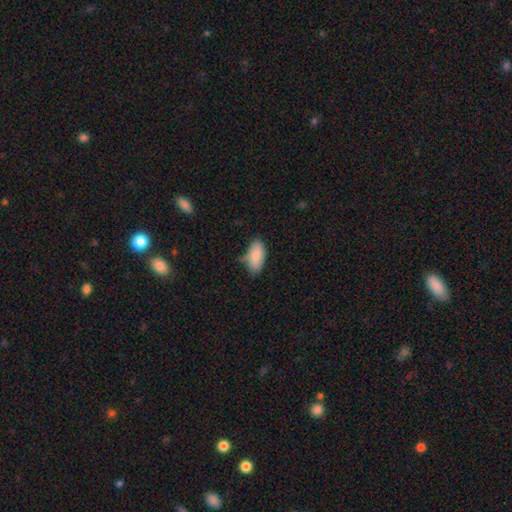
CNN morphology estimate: smooth 87%, star or artifact 7%, featured or disk 6%. Down the decision tree: how rounded — in between (92%); merging — none (63%).